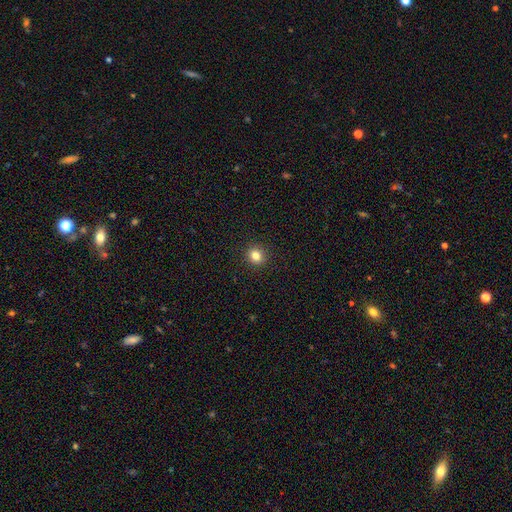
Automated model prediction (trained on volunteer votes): Overall: smooth (82%). How rounded: round (83%). Merging: none (92%).